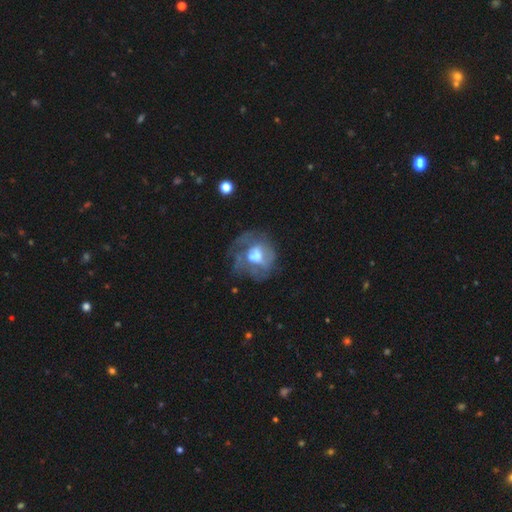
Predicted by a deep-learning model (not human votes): A featured or disk galaxy (58%) with no bar (69%), no spiral arms (66%) and a moderate central bulge (47%). Merging: major disturbance (35%, tied with none).